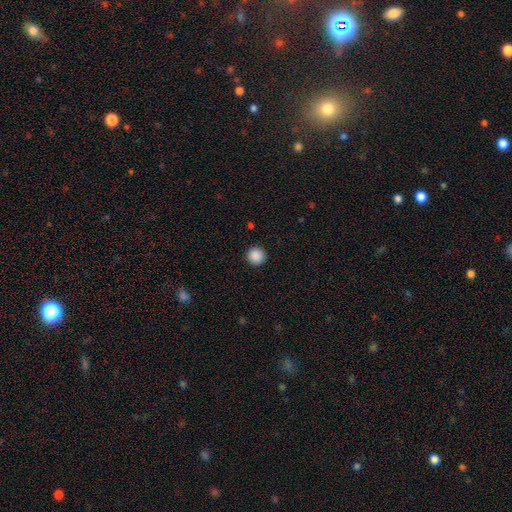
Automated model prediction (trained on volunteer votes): This appears to be a smooth galaxy with no disk features (89%) that is round (95%). Merging: none (92%).